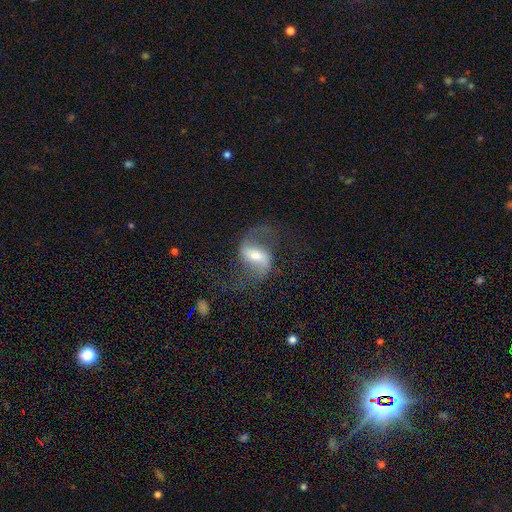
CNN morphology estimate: type=featured or disk (83%); edge-on=no (97%); bar=weak (43%); spiral arms=yes (95%); winding=loose (75%); arm count=2 (93%); bulge=moderate (56%); merging=none (68%).